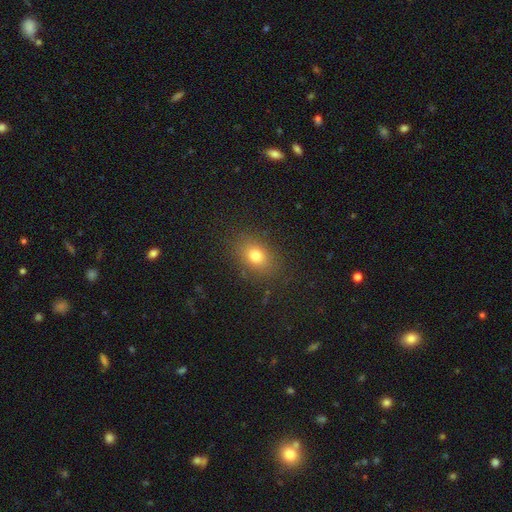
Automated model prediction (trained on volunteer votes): Q: Smooth or featured?
A: smooth (76%); runner-up: star or artifact (14%)
Q: How rounded?
A: in between (68%); runner-up: round (30%)
Q: Merging?
A: none (84%); runner-up: minor disturbance (11%)